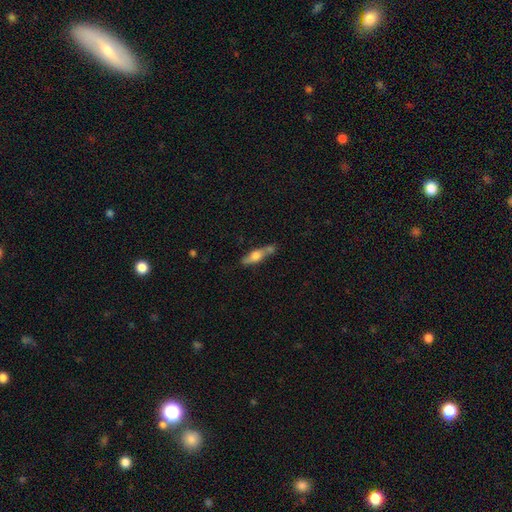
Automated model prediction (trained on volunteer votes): smooth 52%, featured or disk 42%, star or artifact 6%. Down the decision tree: how rounded — cigar-shaped (63%); merging — none (59%).